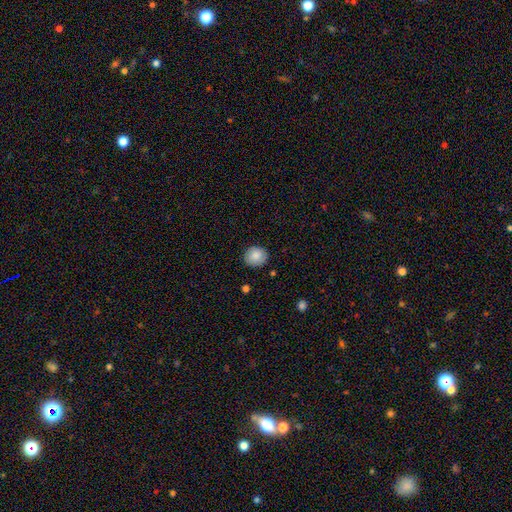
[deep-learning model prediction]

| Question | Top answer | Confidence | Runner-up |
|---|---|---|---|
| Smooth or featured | smooth | 86% | star or artifact (8%) |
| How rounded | round | 86% | in between (13%) |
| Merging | none | 87% | minor disturbance (9%) |